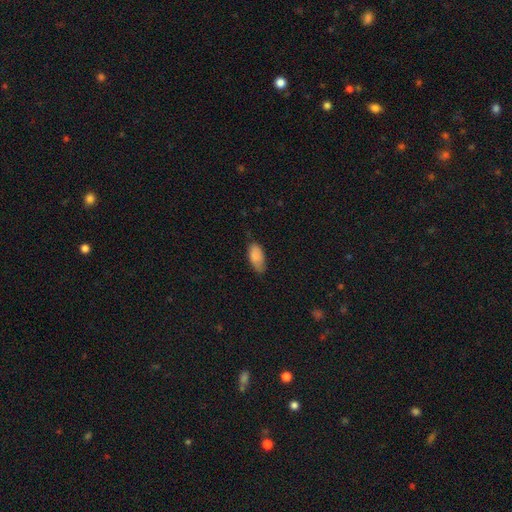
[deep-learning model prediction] smooth_or_featured: smooth (p=0.84) [alt: featured or disk p=0.09]
how_rounded: in between (p=0.91) [alt: cigar-shaped p=0.07]
merging: none (p=0.62) [alt: minor disturbance p=0.31]